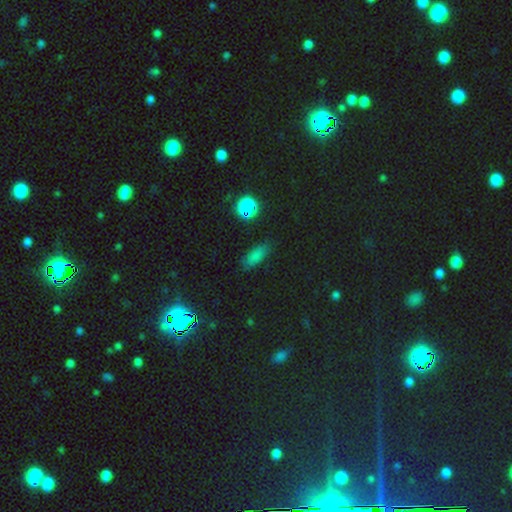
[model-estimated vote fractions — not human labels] Smooth or featured?
  - smooth: 68% *
  - star or artifact: 25%
  - featured or disk: 8%
How rounded?
  - in between: 75% *
  - cigar-shaped: 19%
  - round: 6%
Merging?
  - none: 81% *
  - minor disturbance: 14%
  - major disturbance: 4%
  - merger: 2%